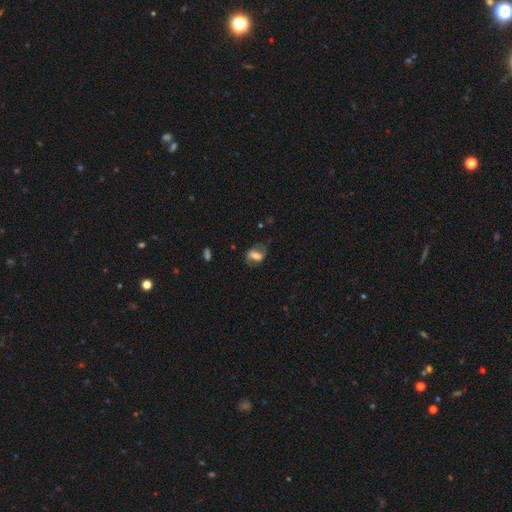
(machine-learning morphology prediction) The model was most divided on "smooth or featured": smooth: 46%, featured or disk: 45%, star or artifact: 9%. More confident: merging — none (61%).